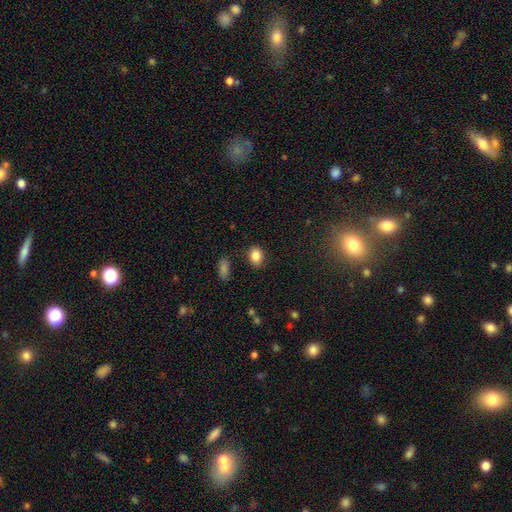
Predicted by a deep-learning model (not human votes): Smooth or featured? smooth (86%)
How rounded? in between (71%)
Merging? none (82%)